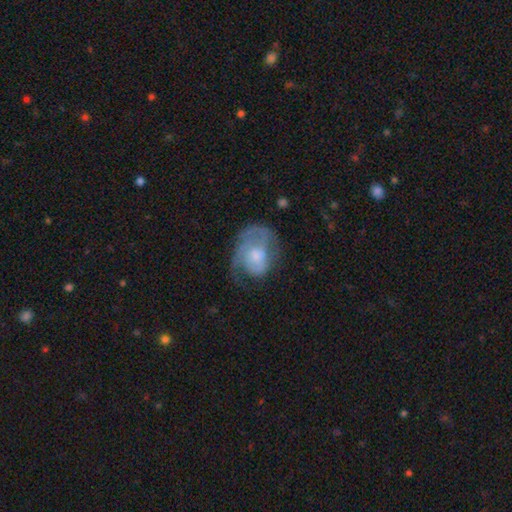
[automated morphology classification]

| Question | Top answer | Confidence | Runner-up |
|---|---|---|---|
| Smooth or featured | featured or disk | 65% | smooth (28%) |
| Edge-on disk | no | 97% | yes (3%) |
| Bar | no | 74% | weak (22%) |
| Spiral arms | yes | 78% | no (22%) |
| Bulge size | moderate | 48% | small (30%) |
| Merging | none | 45% | major disturbance (27%) |